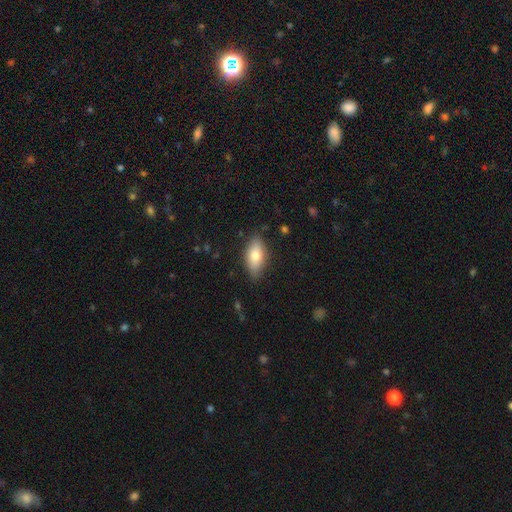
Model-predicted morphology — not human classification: The model was most divided on "smooth or featured": smooth: 76%, featured or disk: 17%, star or artifact: 7%. More confident: how rounded — in between (86%); merging — none (81%).